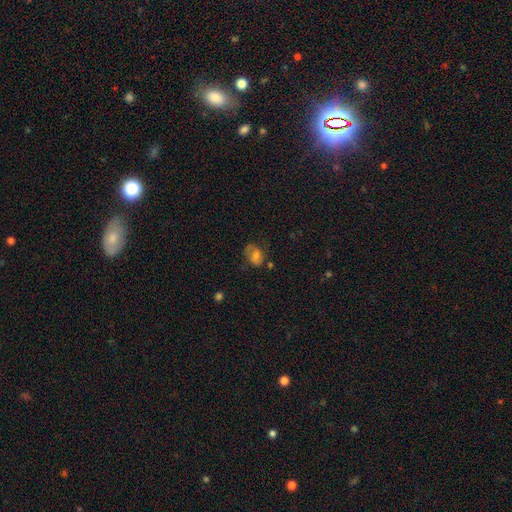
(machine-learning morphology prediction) This is possibly a smooth galaxy (58%). How rounded: likely in between (68%). Merging: possibly none (57%).